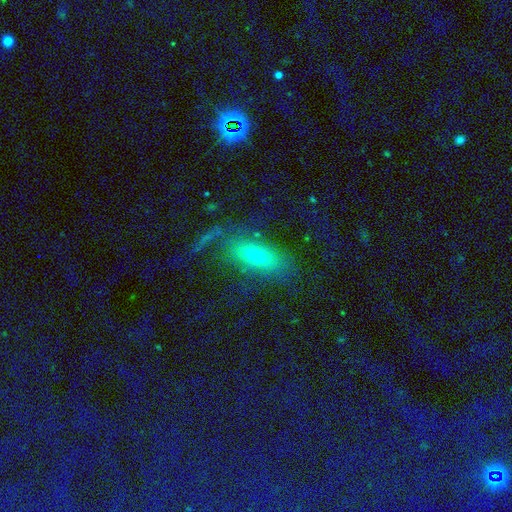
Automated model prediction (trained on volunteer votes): smooth-or-featured: smooth: 47% | featured or disk: 40% | star or artifact: 13%
  merging: none: 50% | major disturbance: 26% | minor disturbance: 19% | merger: 5%